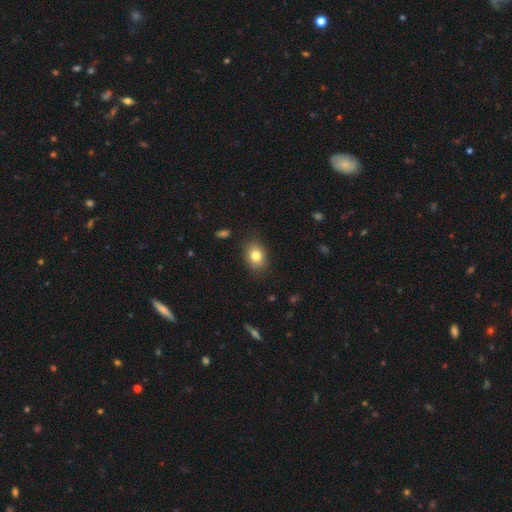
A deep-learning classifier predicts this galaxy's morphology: smooth-or-featured: smooth: 81% | star or artifact: 10% | featured or disk: 9%
  how-rounded: in between: 60% | round: 39% | cigar-shaped: 1%
  merging: none: 87% | minor disturbance: 10% | major disturbance: 2% | merger: 1%